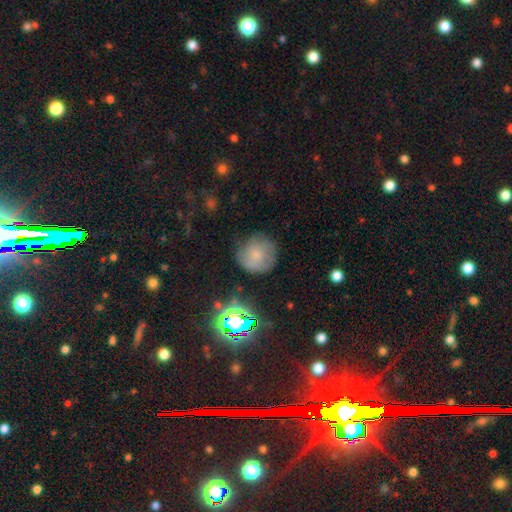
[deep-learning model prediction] This appears to be a smooth galaxy with no disk features (61%) that is round (91%). Merging: none (67%).